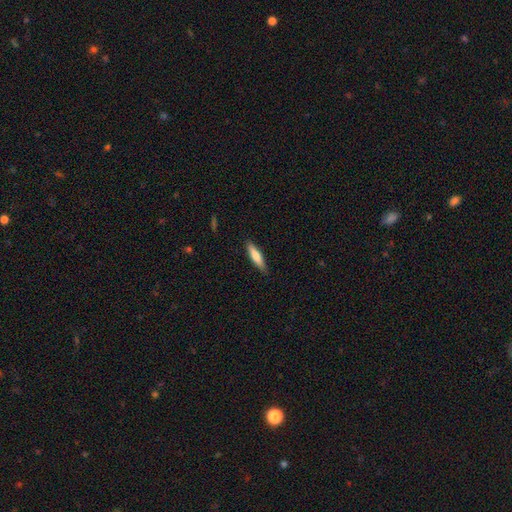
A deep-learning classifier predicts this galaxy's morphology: type=smooth (68%); roundness=cigar-shaped (78%); merging=none (87%).